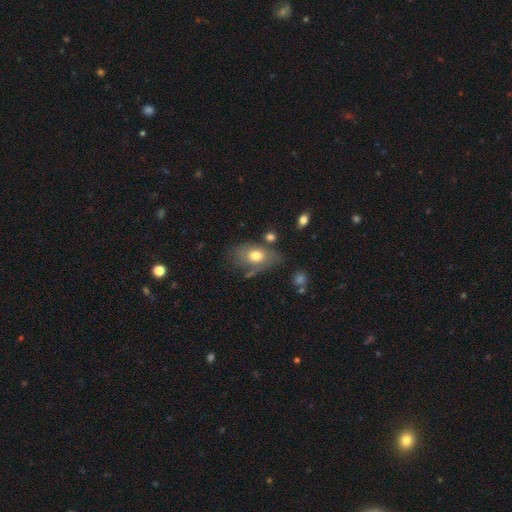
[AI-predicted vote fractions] Overall: smooth (69%). How rounded: in between (82%). Merging: none (51%; minor disturbance 26%).